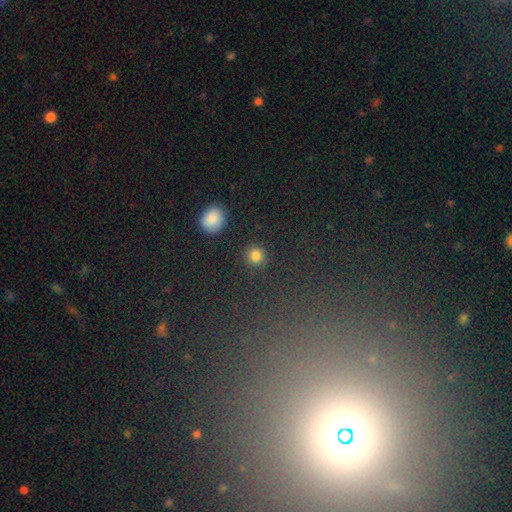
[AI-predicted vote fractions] A smooth galaxy with no disk features (83%) that is round (93%). Merging: none (90%).